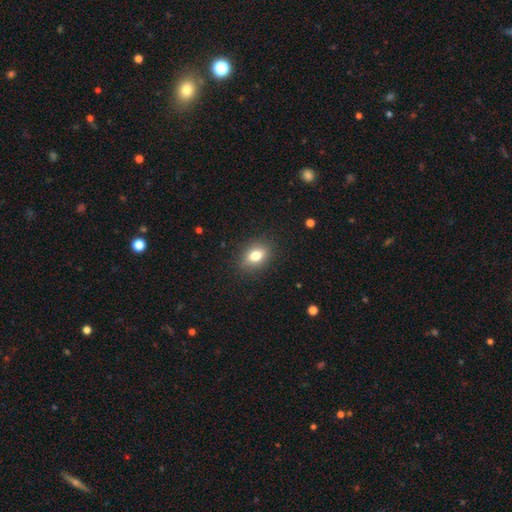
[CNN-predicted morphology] This appears to be a smooth galaxy with no disk features (79%) that is in between round and cigar-shaped (70%). Merging: none (87%).